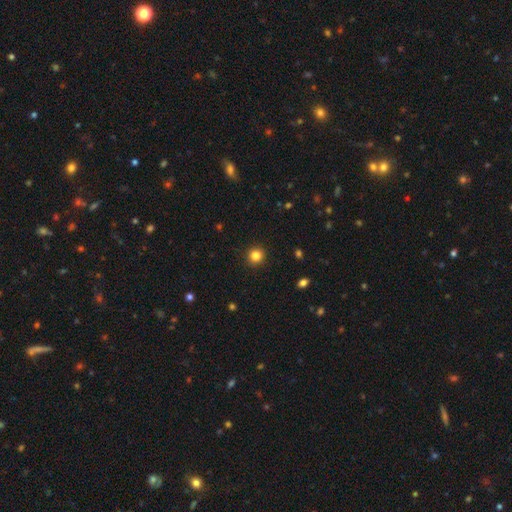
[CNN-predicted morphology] The model was most divided on "smooth or featured": smooth: 84%, star or artifact: 12%, featured or disk: 4%. More confident: how rounded — round (94%); merging — none (92%).